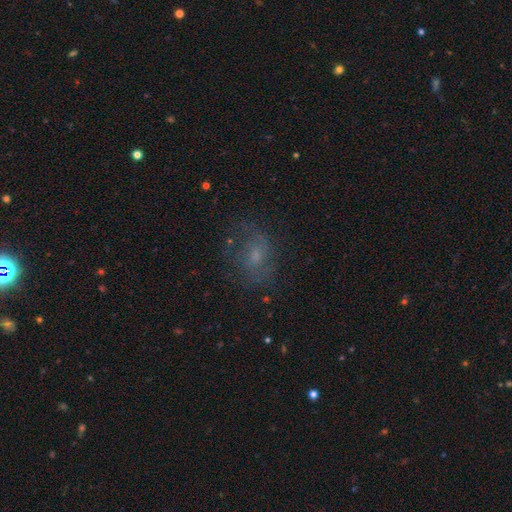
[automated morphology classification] Smooth or featured? Predicted: featured or disk (p=0.46). Merging? Predicted: none (p=0.64).